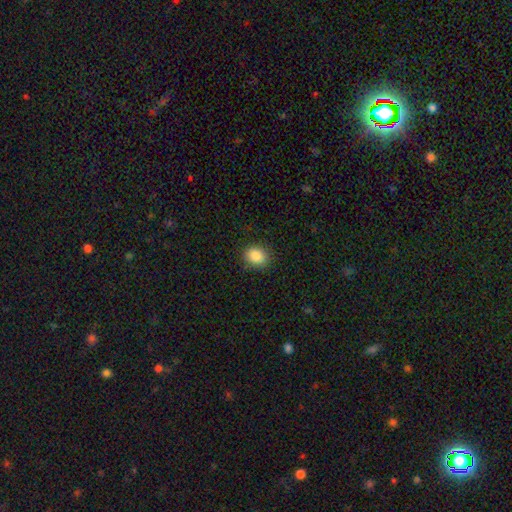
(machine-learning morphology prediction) The model was most divided on "how rounded": round: 52%, in between: 47%, cigar-shaped: 1%. More confident: merging — none (88%); smooth or featured — smooth (86%).